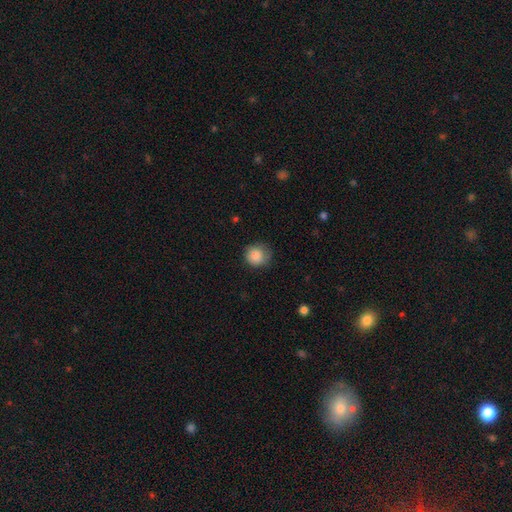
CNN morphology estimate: Q: Smooth or featured?
A: smooth (86%); runner-up: star or artifact (9%)
Q: How rounded?
A: round (88%); runner-up: in between (11%)
Q: Merging?
A: none (69%); runner-up: minor disturbance (24%)